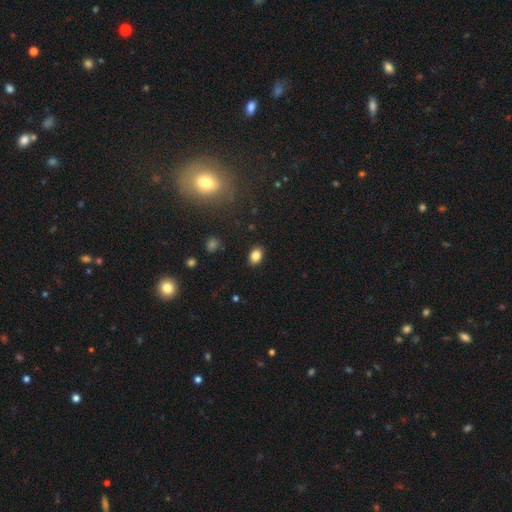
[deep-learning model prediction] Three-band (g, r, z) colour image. It shows a smooth galaxy with no disk features (84%) that is in between round and cigar-shaped (78%). Merging: none (88%).